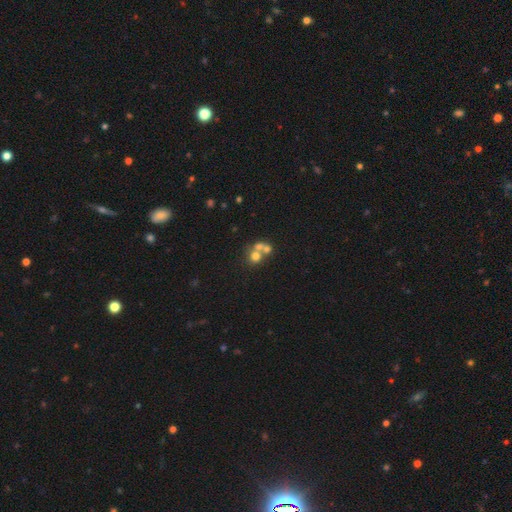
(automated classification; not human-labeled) Smooth or featured: smooth — 61% (featured or disk — 24%)
How rounded: round — 80% (in between — 19%)
Merging: merger — 57% (none — 33%)